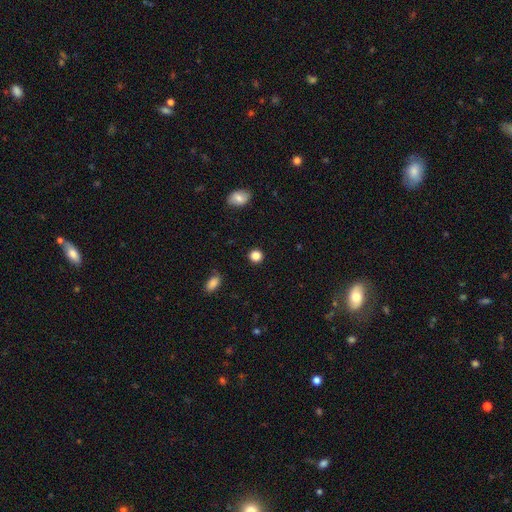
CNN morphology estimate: The model was most divided on "smooth or featured": smooth: 86%, star or artifact: 11%, featured or disk: 4%. More confident: merging — none (90%); how rounded — round (89%).